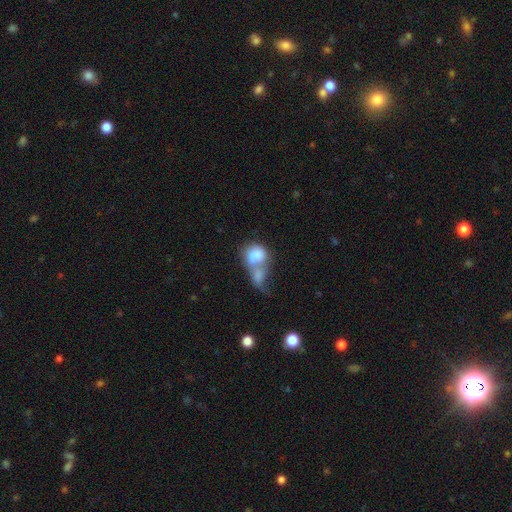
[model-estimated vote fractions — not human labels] Overall: smooth (72%). How rounded: round (50%; in between 48%). Merging: merger (74%).